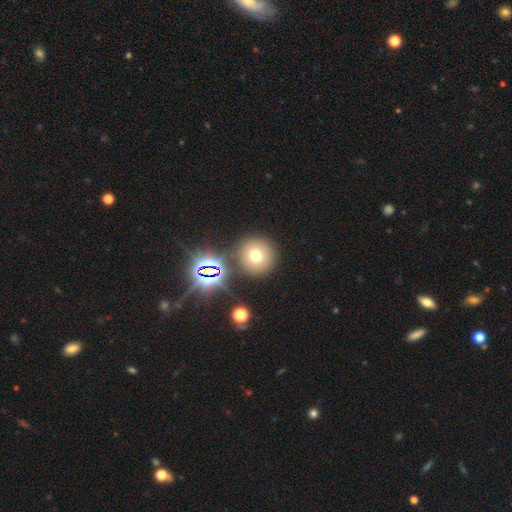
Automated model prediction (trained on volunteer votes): A smooth galaxy with no disk features (65%) that is round (95%). Merging: none (86%).